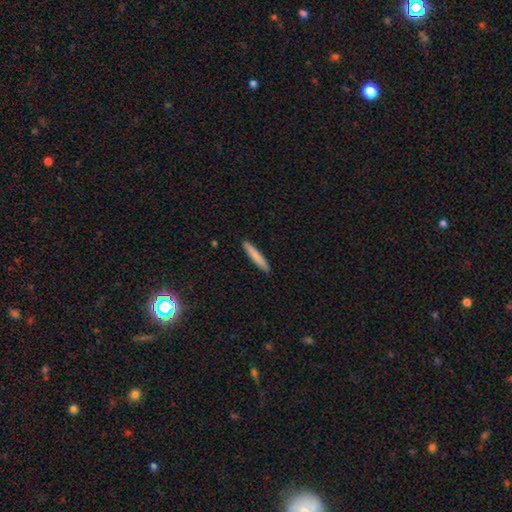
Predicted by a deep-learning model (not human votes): A smooth galaxy with no disk features (81%) that is cigar-shaped (94%). Merging: none (92%).